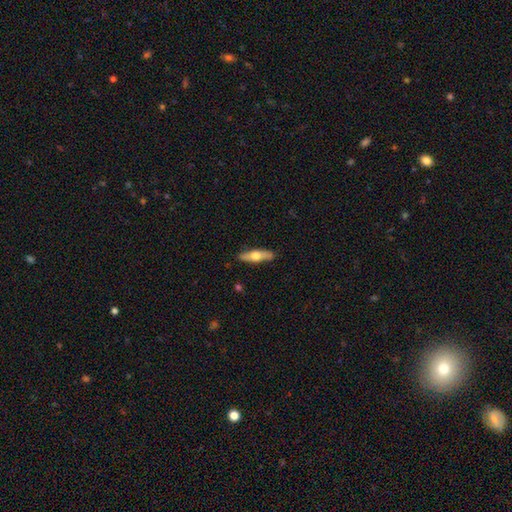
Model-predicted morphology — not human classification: A smooth galaxy with no disk features (48%). Merging: none (88%).